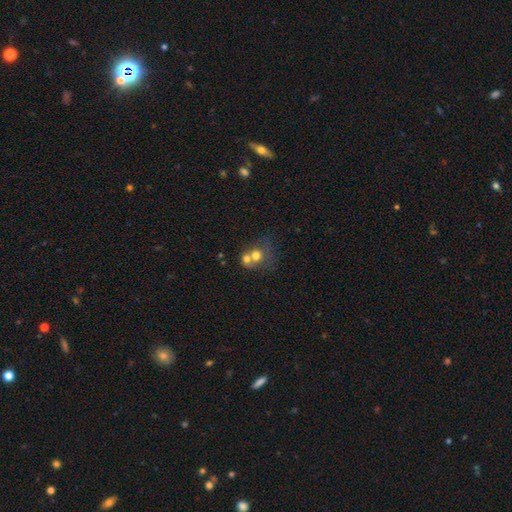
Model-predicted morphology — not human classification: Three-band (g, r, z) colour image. It shows a smooth galaxy with no disk features (66%) that is round (71%). Merging: merger (64%).